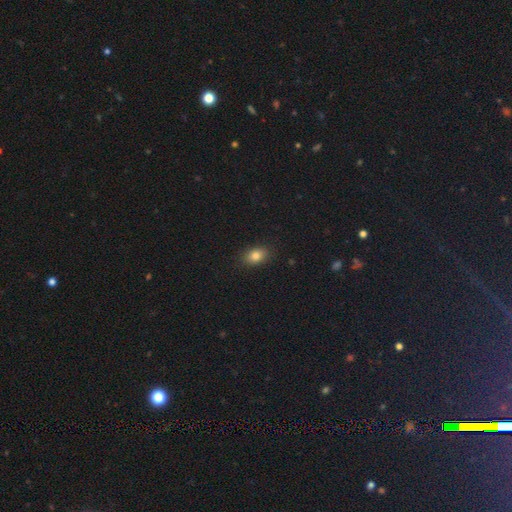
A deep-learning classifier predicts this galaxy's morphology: A smooth galaxy with no disk features (81%) that is in between round and cigar-shaped (77%). Merging: none (87%).